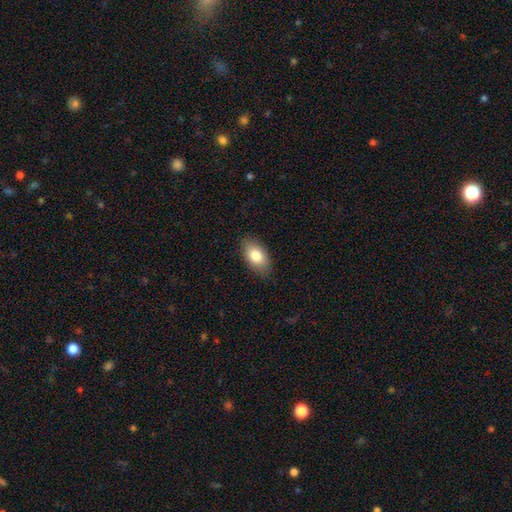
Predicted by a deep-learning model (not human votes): smooth 82%, featured or disk 11%, star or artifact 7%. Down the decision tree: how rounded — in between (93%); merging — none (84%).